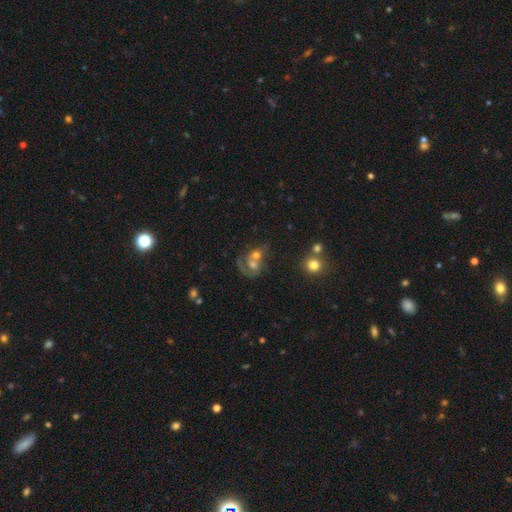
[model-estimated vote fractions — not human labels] Smooth or featured: featured or disk — 46% (smooth — 42%)
Merging: merger — 66% (none — 16%)